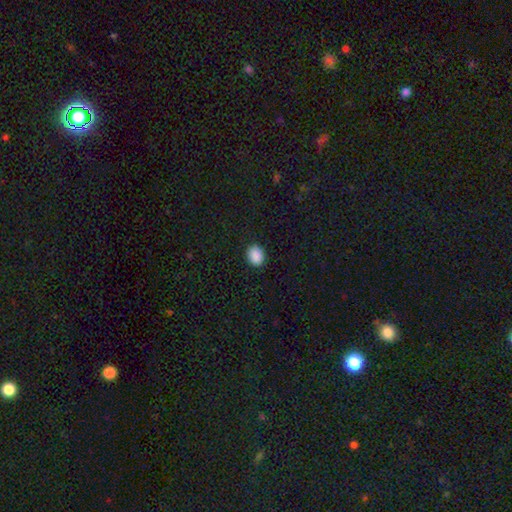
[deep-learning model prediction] Smooth or featured: smooth — 90% (star or artifact — 8%)
How rounded: in between — 53% (round — 46%)
Merging: none — 90% (minor disturbance — 7%)